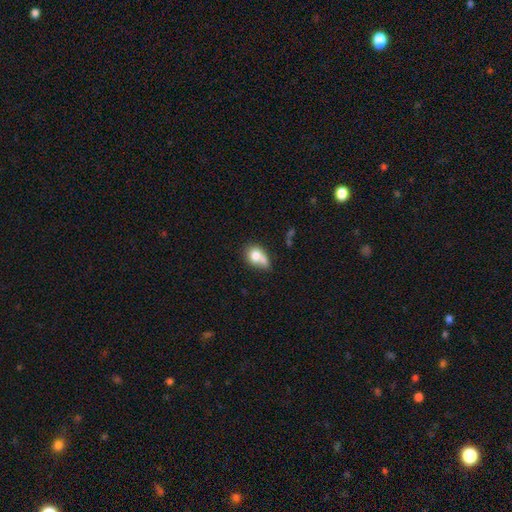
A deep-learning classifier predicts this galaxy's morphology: A smooth galaxy with no disk features (73%) that is in between round and cigar-shaped (53%). Merging: merger (40%).